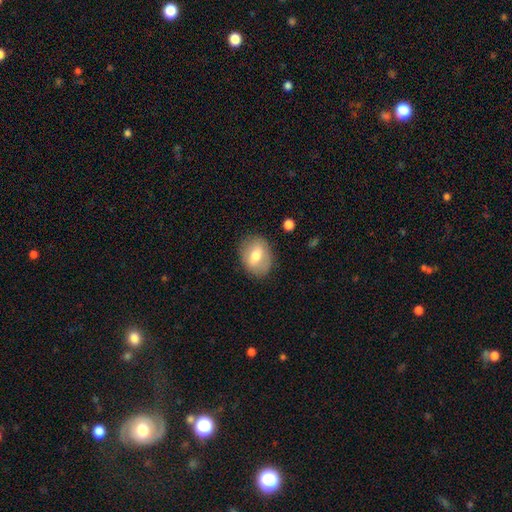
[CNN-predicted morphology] This is likely a smooth galaxy (65%). How rounded: likely in between (62%). Merging: clearly none (82%).